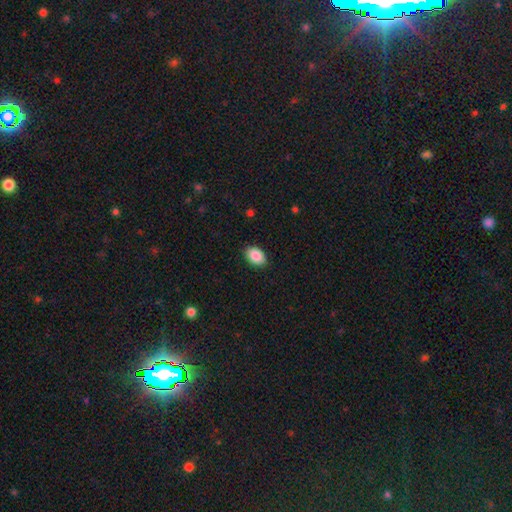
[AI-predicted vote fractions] Overall: smooth (89%). How rounded: in between (88%). Merging: none (89%).